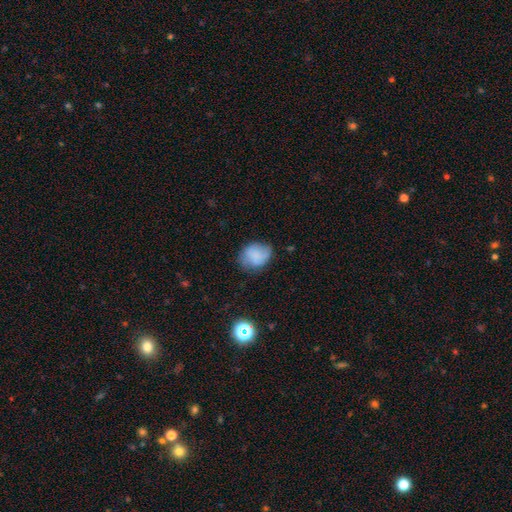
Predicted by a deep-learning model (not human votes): Smooth or featured? smooth (71%)
How rounded? round (51%)
Merging? none (59%)